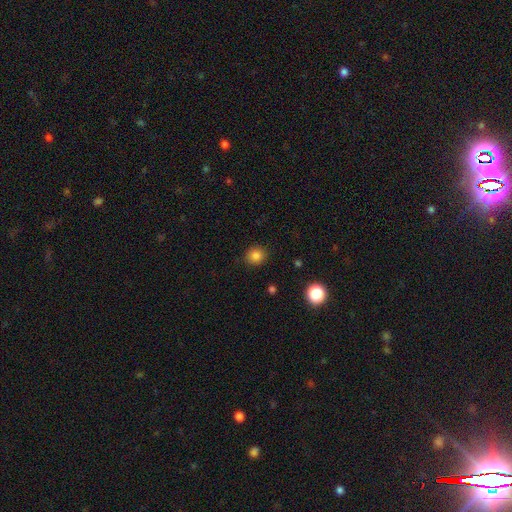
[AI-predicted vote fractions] Overall: smooth (83%). How rounded: round (84%). Merging: none (89%).